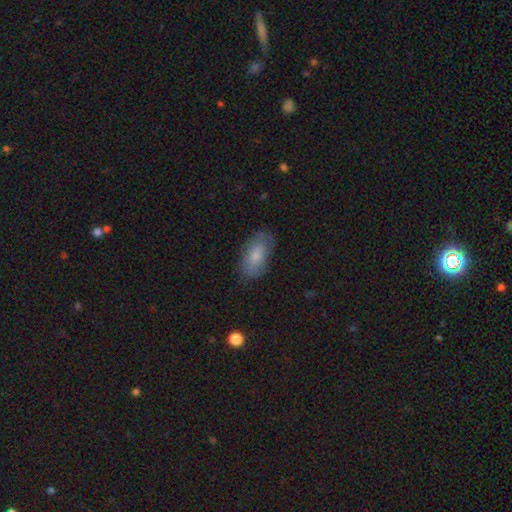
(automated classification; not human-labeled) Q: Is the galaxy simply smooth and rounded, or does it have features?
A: smooth — 77%.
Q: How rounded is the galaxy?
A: in between — 92%.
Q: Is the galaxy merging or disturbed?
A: none — 78%.